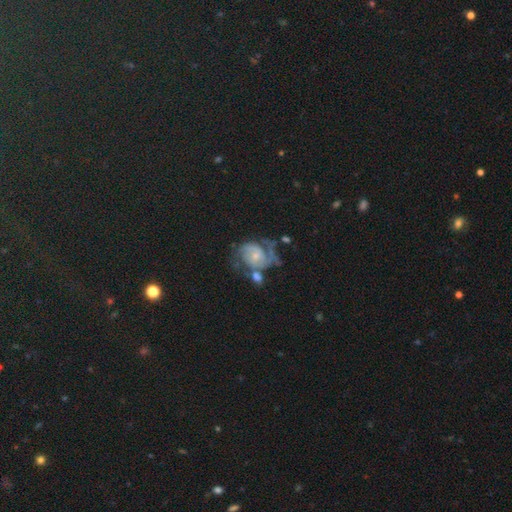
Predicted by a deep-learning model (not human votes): A featured or disk galaxy (77%) with no bar (64%), 2 (61%) medium (43%) spiral arms (90%) and a small central bulge (63%).

Vote fractions:
- Smooth or featured? featured or disk: 77% / smooth: 16% / star or artifact: 7%
- Edge-on disk? no: 98% / yes: 2%
- Bar? no: 64% / weak: 30% / strong: 5%
- Spiral arms? yes: 90% / no: 10%
- Spiral winding? medium: 43% / tight: 38% / loose: 19%
- Spiral arm count? 2: 61% / can't tell: 19% / 1: 10% / 3: 7% / 4: 2% / more than 4: 2%
- Bulge size? small: 63% / moderate: 29% / none: 4% / large: 2% / dominant: 1%
- Merging? none: 32% / major disturbance: 26% / minor disturbance: 21% / merger: 20%